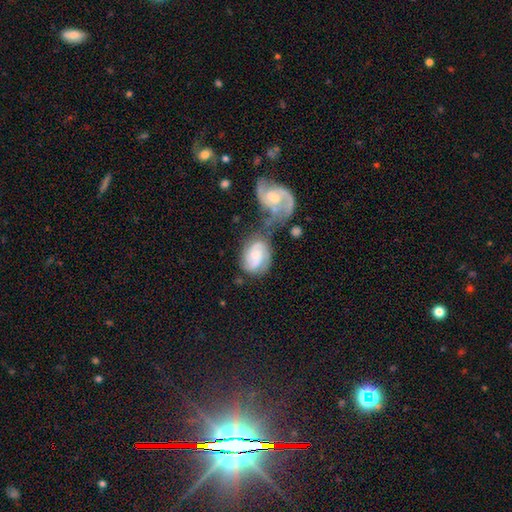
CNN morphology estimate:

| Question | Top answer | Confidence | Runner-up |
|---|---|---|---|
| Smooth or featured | featured or disk | 71% | smooth (23%) |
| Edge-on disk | no | 97% | yes (3%) |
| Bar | no | 56% | weak (37%) |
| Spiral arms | yes | 94% | no (6%) |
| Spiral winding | medium | 44% | tight (43%) |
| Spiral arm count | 2 | 63% | 3 (14%) |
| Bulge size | small | 44% | moderate (36%) |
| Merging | none | 36% | tied: merger (36%) |